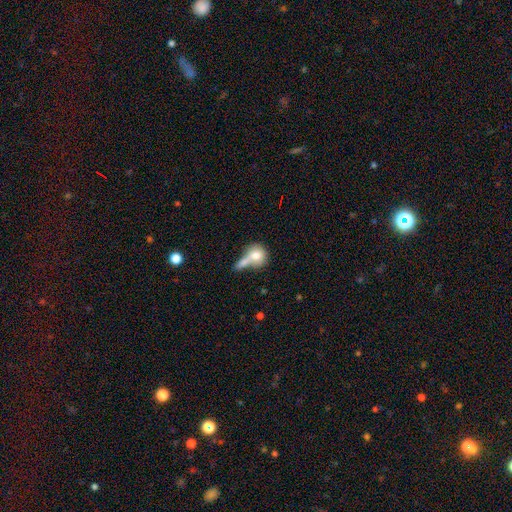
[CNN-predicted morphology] The model was most divided on "merging": merger: 49%, none: 24%, minor disturbance: 13%, major disturbance: 13%. More confident: smooth or featured — smooth (73%); how rounded — round (64%).